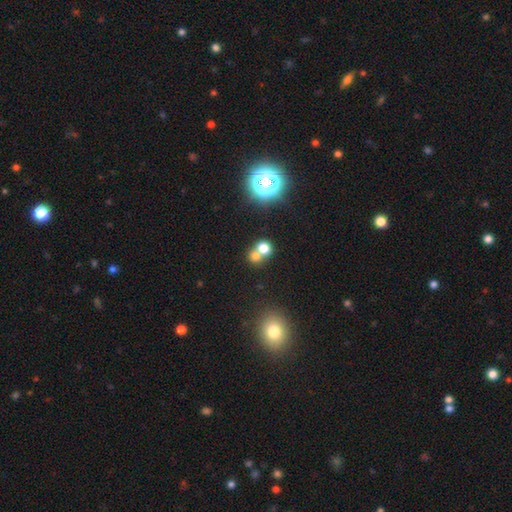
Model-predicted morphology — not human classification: Smooth or featured: smooth — 69% (star or artifact — 19%)
How rounded: round — 79% (in between — 20%)
Merging: merger — 51% (none — 40%)